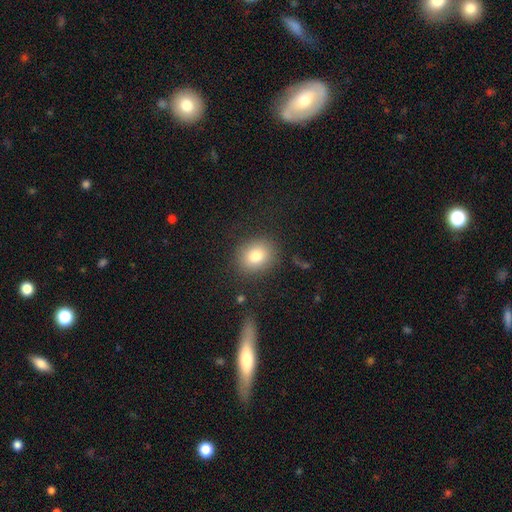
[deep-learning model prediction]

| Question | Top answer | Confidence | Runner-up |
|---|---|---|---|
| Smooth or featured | smooth | 79% | star or artifact (11%) |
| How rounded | round | 66% | in between (33%) |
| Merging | none | 85% | minor disturbance (9%) |